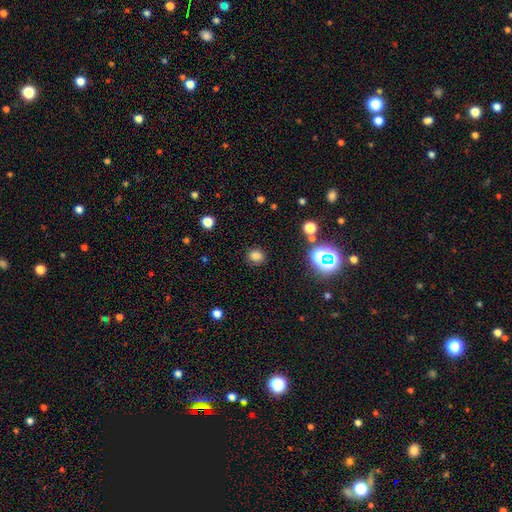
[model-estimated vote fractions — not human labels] Smooth or featured: smooth — 78% (star or artifact — 16%)
How rounded: round — 70% (in between — 29%)
Merging: none — 87% (minor disturbance — 8%)